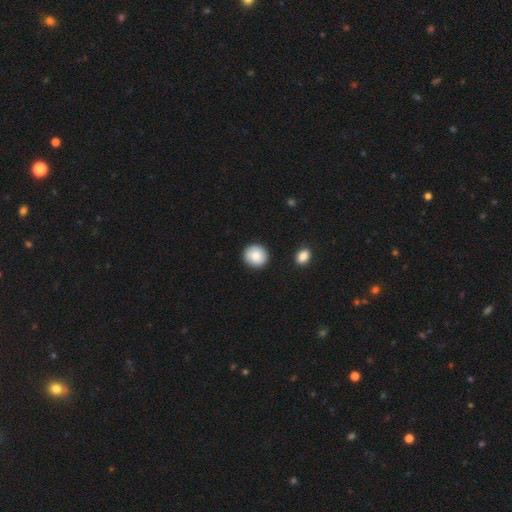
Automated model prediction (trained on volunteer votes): Morphology: type=smooth (84%); roundness=round (90%); merging=none (90%).